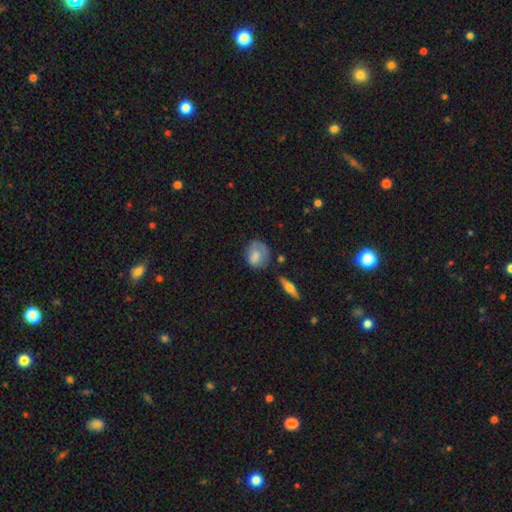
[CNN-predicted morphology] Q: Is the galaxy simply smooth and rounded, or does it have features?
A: smooth — 70%.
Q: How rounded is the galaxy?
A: round — 56%.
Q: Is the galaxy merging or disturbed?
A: none — 53%.